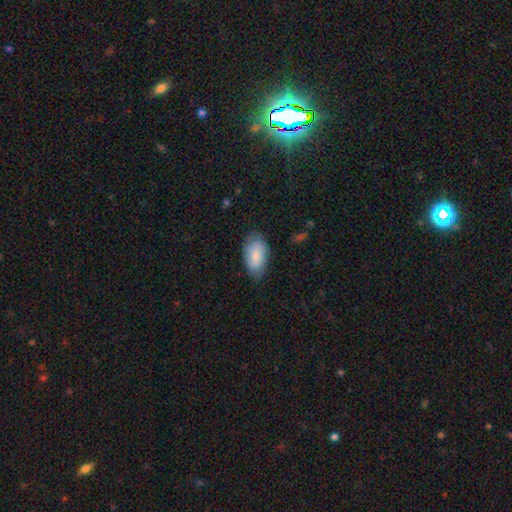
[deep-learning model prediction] Smooth or featured? Predicted: smooth (p=0.77). How rounded? Predicted: in between (p=0.94). Merging? Predicted: none (p=0.71).